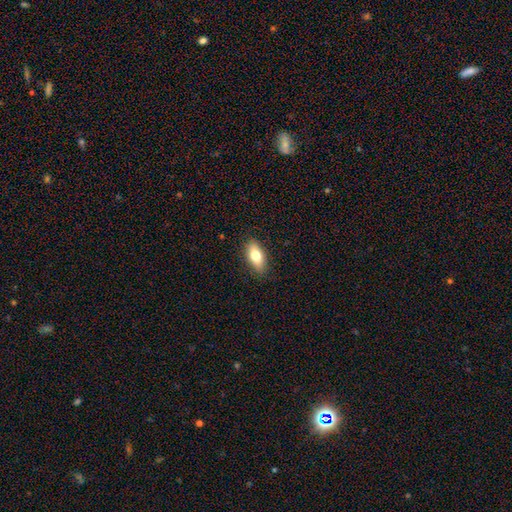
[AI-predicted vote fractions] This appears to be a smooth galaxy with no disk features (75%) that is in between round and cigar-shaped (86%). Merging: none (88%).